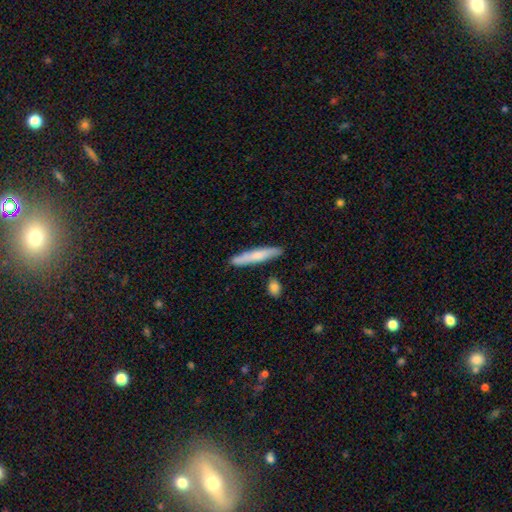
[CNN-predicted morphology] This is likely a smooth galaxy (68%). How rounded: clearly cigar-shaped (93%). Merging: clearly none (84%).